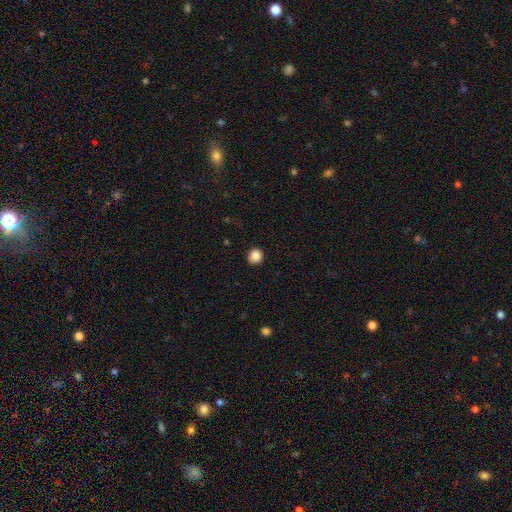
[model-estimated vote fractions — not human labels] smooth 87%, star or artifact 10%, featured or disk 3%. Down the decision tree: how rounded — round (92%); merging — none (89%).